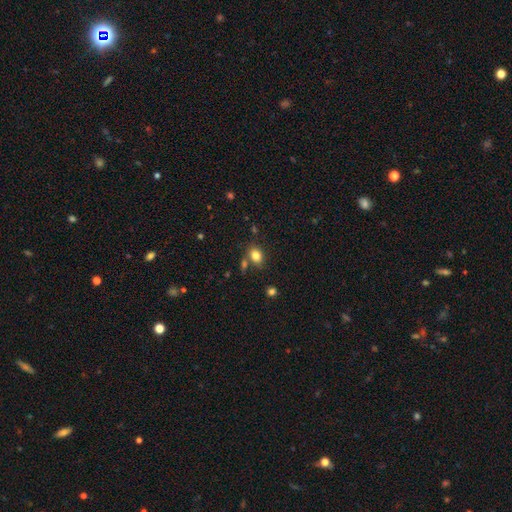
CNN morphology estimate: smooth_or_featured: smooth (p=0.83) [alt: star or artifact p=0.10]
how_rounded: in between (p=0.69) [alt: round p=0.30]
merging: none (p=0.71) [alt: minor disturbance p=0.13]